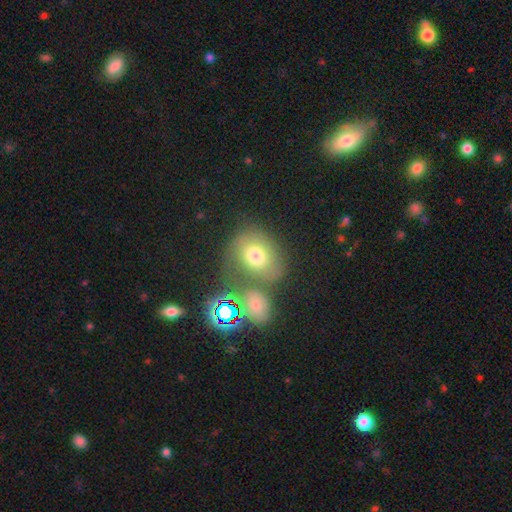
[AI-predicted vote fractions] smooth 66%, featured or disk 19%, star or artifact 14%. Down the decision tree: how rounded — in between (51%); merging — none (50%).